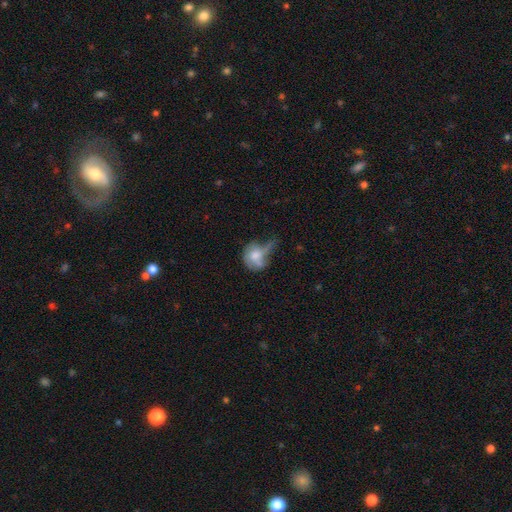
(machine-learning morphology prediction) Smooth or featured?
  - smooth: 60% *
  - featured or disk: 30%
  - star or artifact: 10%
How rounded?
  - round: 54% *
  - in between: 44%
  - cigar-shaped: 2%
Merging?
  - major disturbance: 38% *
  - minor disturbance: 24%
  - none: 24%
  - merger: 14%